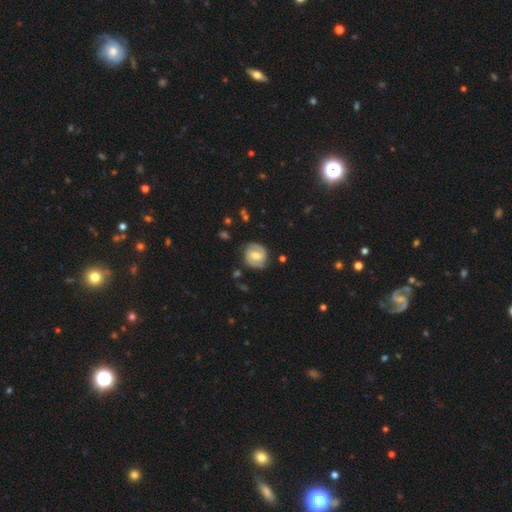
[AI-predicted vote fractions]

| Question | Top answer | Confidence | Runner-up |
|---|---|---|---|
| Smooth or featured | featured or disk | 71% | smooth (23%) |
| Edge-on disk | no | 97% | yes (3%) |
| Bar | weak | 49% | no (26%) |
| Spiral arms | yes | 90% | no (10%) |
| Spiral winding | tight | 44% | medium (42%) |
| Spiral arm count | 2 | 87% | can't tell (7%) |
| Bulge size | moderate | 62% | small (24%) |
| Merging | none | 80% | minor disturbance (14%) |